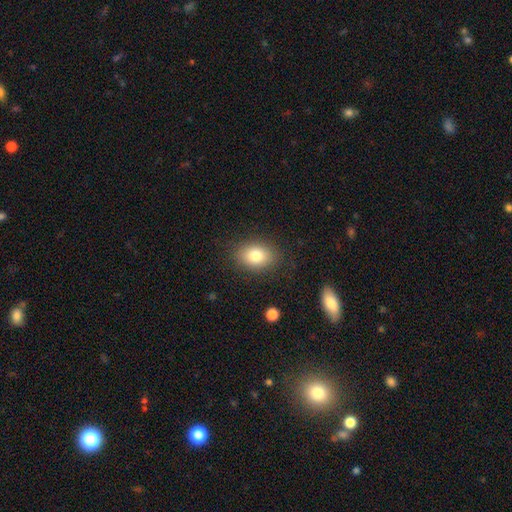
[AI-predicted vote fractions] The model was most divided on "how rounded": in between: 74%, round: 25%, cigar-shaped: 1%. More confident: merging — none (85%); smooth or featured — smooth (80%).